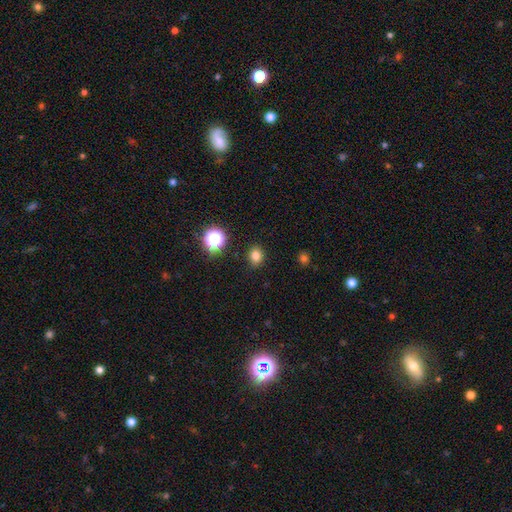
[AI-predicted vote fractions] Smooth or featured? smooth (80%)
How rounded? round (57%)
Merging? none (88%)